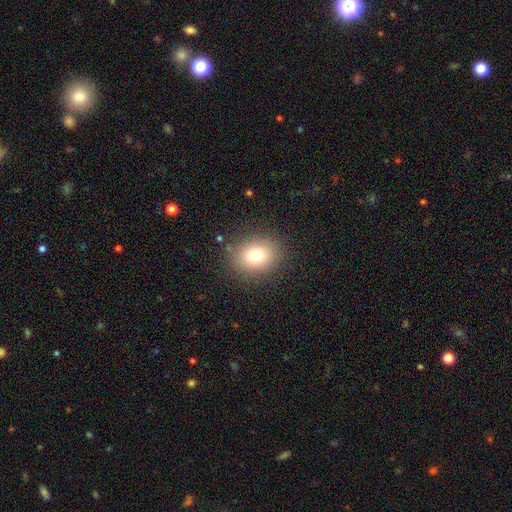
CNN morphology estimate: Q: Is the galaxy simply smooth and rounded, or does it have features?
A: smooth — 77%.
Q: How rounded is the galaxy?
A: round — 56%.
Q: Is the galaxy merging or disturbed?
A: none — 86%.